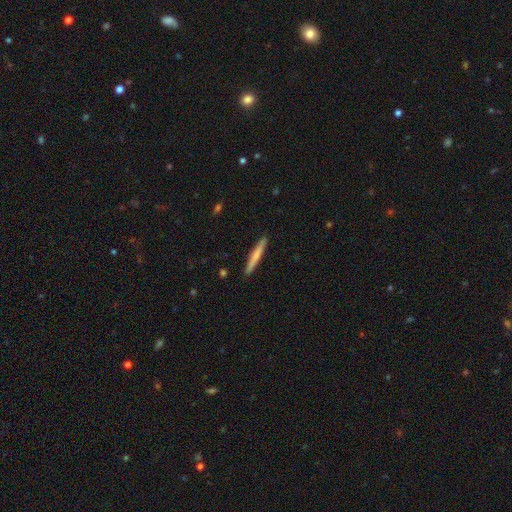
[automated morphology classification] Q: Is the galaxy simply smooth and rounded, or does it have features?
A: smooth — 64%.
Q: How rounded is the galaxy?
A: cigar-shaped — 96%.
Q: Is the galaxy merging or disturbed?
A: none — 91%.